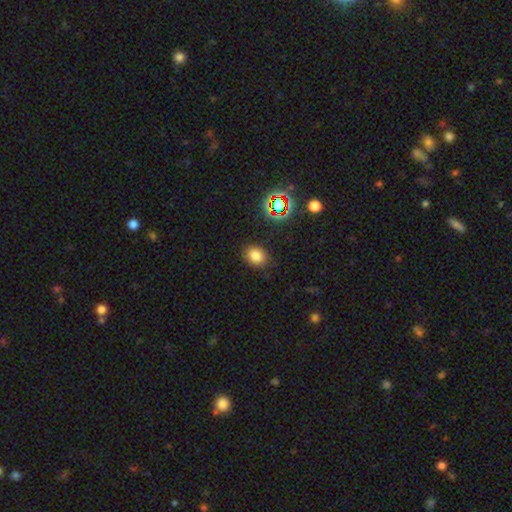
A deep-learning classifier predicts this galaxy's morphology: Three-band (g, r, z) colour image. It shows a smooth galaxy with no disk features (77%) that is in between round and cigar-shaped (55%). Merging: none (84%).